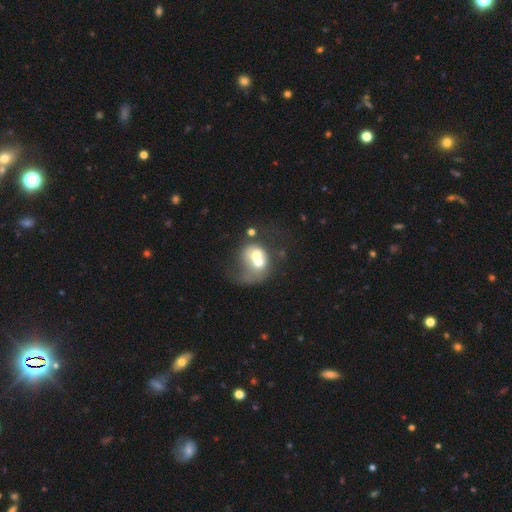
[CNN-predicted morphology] A smooth galaxy with no disk features (48%). Merging: merger (67%).